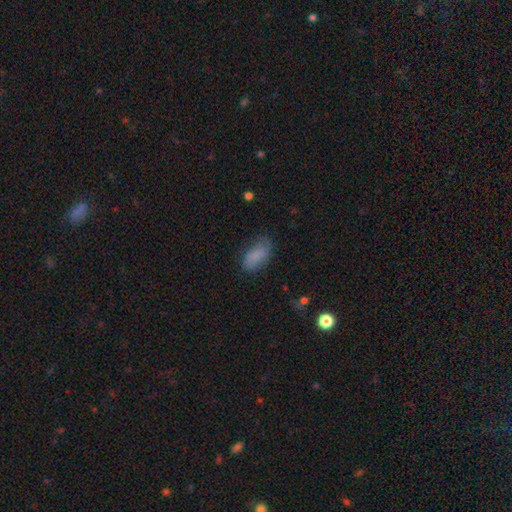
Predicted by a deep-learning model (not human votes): The model was most divided on "merging": none: 62%, minor disturbance: 27%, major disturbance: 9%, merger: 2%. More confident: how rounded — in between (92%); smooth or featured — smooth (79%).